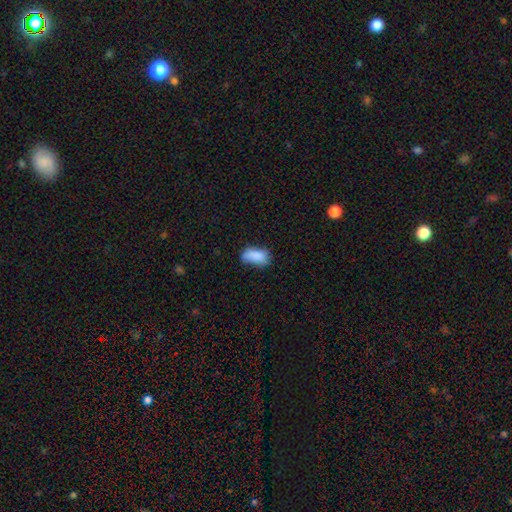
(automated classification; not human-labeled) Smooth or featured? smooth (84%)
How rounded? in between (91%)
Merging? none (54%)